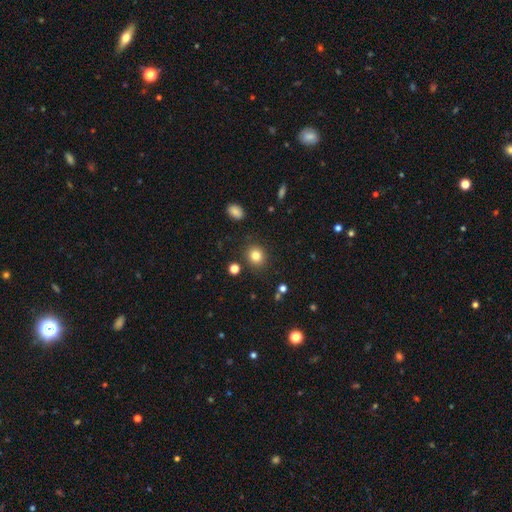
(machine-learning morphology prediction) smooth 82%, star or artifact 12%, featured or disk 6%. Down the decision tree: how rounded — round (78%); merging — none (87%).